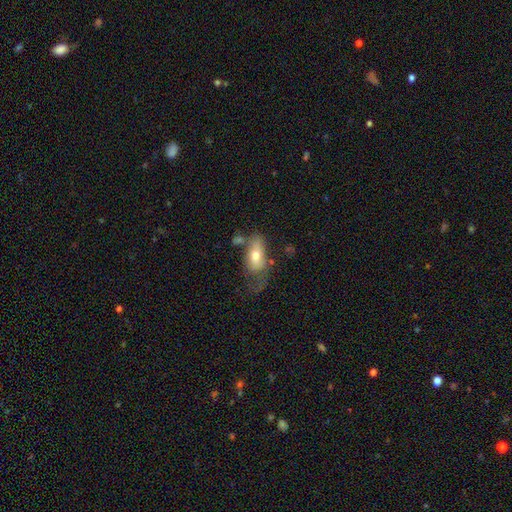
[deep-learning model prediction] This is likely a smooth galaxy (64%). How rounded: clearly in between (88%). Merging: marginally major disturbance (37%).